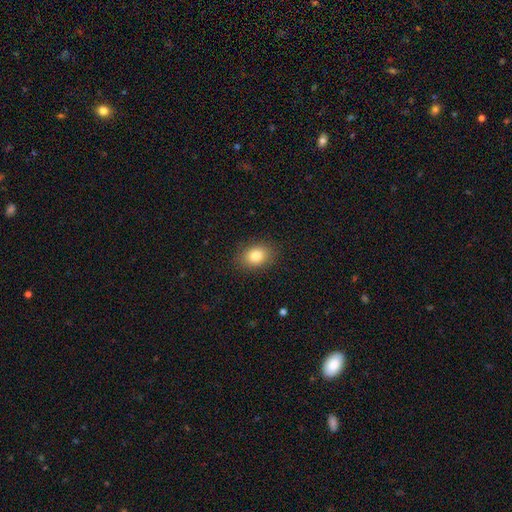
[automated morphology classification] Smooth or featured? smooth (83%)
How rounded? in between (67%)
Merging? none (86%)